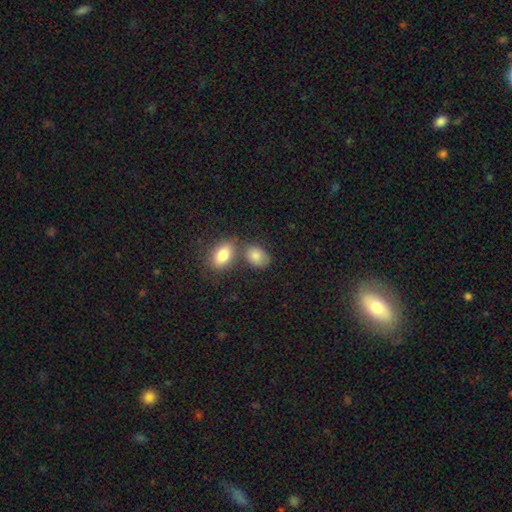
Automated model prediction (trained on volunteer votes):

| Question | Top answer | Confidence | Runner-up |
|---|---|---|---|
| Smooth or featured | smooth | 83% | featured or disk (9%) |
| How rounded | in between | 80% | round (19%) |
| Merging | none | 51% | merger (28%) |